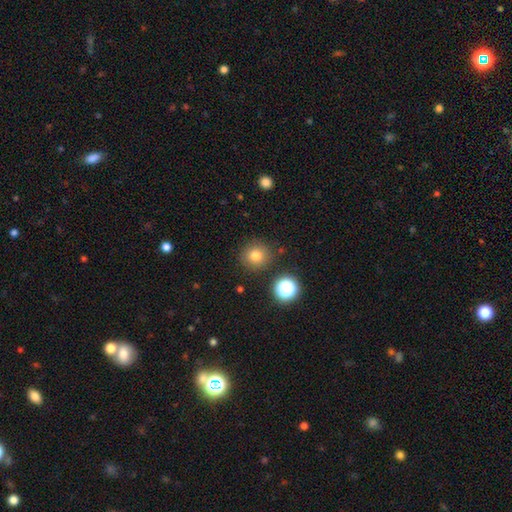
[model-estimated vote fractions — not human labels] Q: Smooth or featured?
A: smooth (79%); runner-up: star or artifact (14%)
Q: How rounded?
A: round (92%); runner-up: in between (7%)
Q: Merging?
A: none (87%); runner-up: minor disturbance (8%)